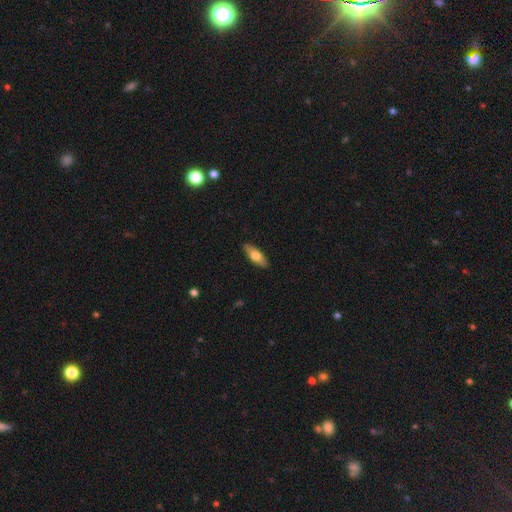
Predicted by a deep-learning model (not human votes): Overall: smooth (67%; featured or disk 28%). How rounded: in between (71%). Merging: none (89%).